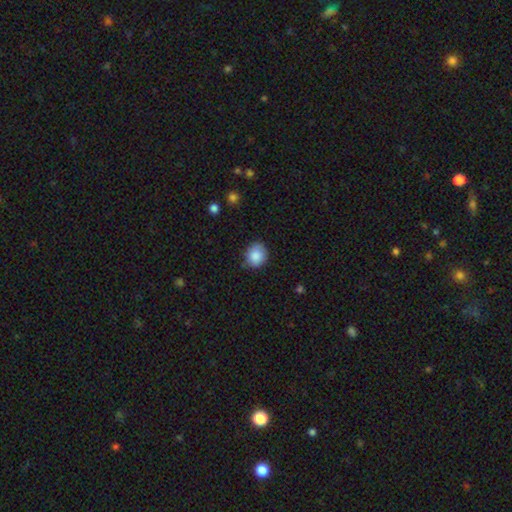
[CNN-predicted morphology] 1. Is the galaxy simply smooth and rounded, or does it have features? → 86% smooth, 8% star or artifact, 6% featured or disk.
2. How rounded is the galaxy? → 71% round, 28% in between, 1% cigar-shaped.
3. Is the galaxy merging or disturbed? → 76% none, 19% minor disturbance, 3% major disturbance, 1% merger.